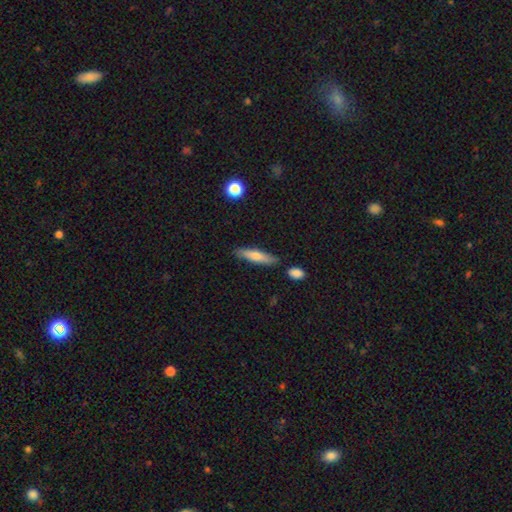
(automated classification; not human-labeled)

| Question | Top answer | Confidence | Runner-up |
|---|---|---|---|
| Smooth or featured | smooth | 66% | featured or disk (27%) |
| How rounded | cigar-shaped | 80% | in between (18%) |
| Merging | none | 82% | minor disturbance (11%) |